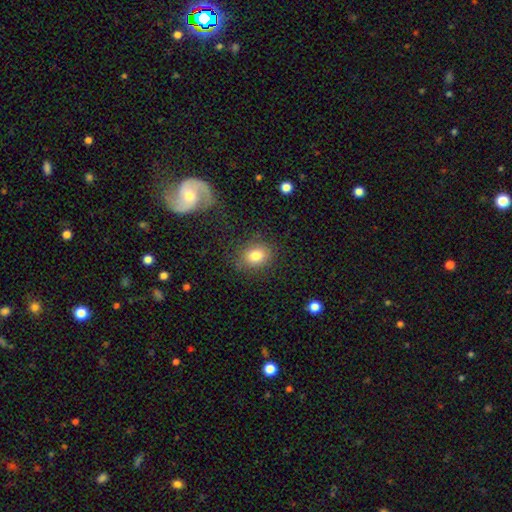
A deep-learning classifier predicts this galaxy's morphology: Overall: smooth (81%). How rounded: in between (51%; round 48%). Merging: none (82%).